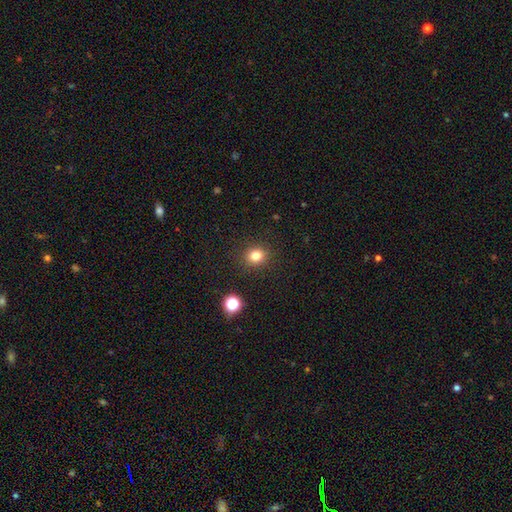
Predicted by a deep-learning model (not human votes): Smooth or featured: smooth — 80% (star or artifact — 14%)
How rounded: round — 77% (in between — 22%)
Merging: none — 90% (minor disturbance — 7%)